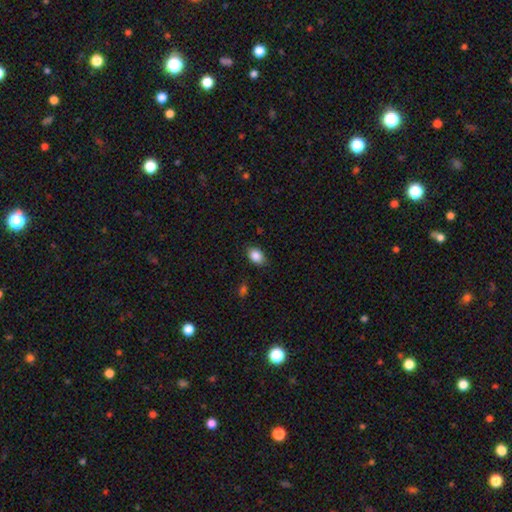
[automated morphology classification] This is clearly a smooth galaxy (87%). How rounded: likely in between (79%). Merging: clearly none (84%).